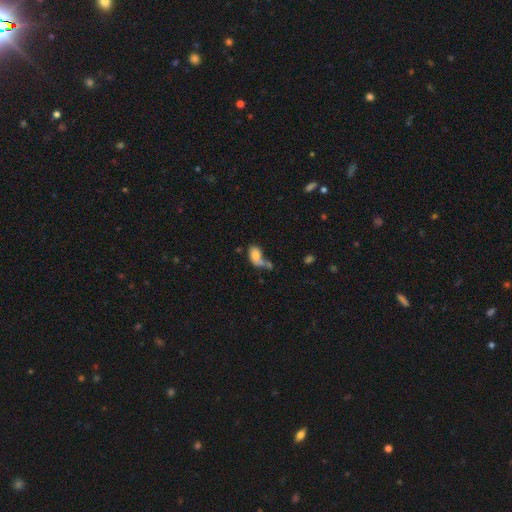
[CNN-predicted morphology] The model was most divided on "merging": merger: 35%, none: 27%, major disturbance: 21%, minor disturbance: 18%. More confident: how rounded — in between (85%); smooth or featured — smooth (74%).